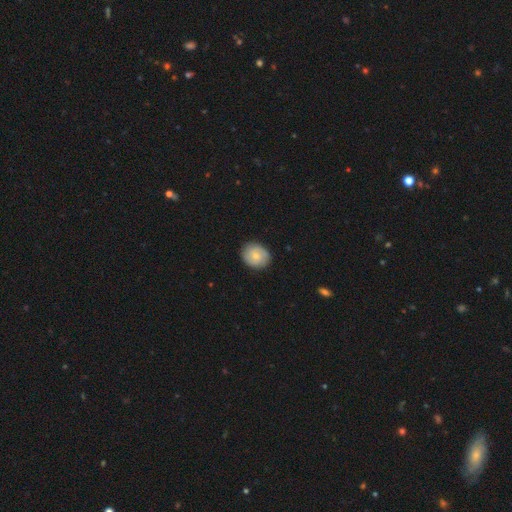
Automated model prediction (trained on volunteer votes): A smooth galaxy with no disk features (57%) that is round (72%). Merging: none (87%).